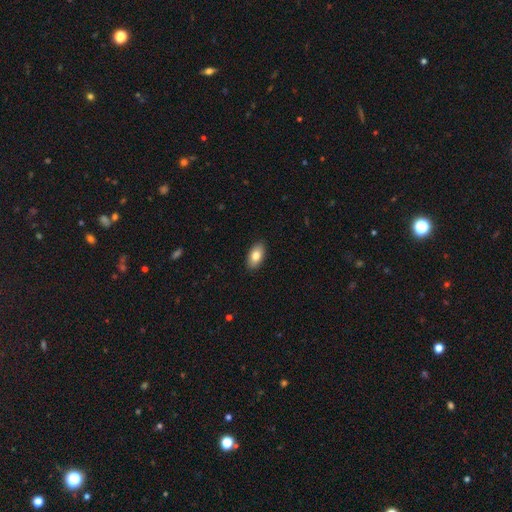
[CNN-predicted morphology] Overall: smooth (81%). How rounded: in between (93%). Merging: none (90%).